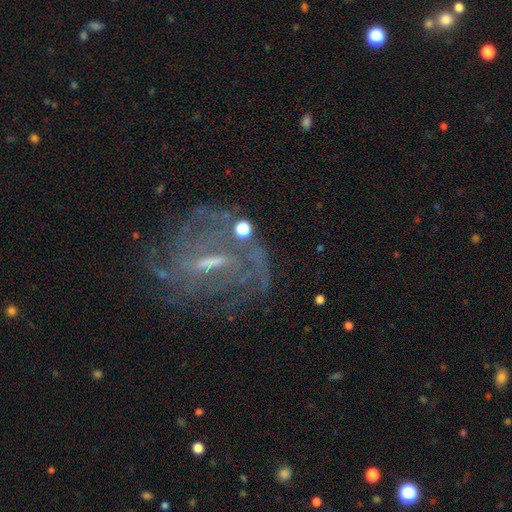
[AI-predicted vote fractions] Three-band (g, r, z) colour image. It shows a featured or disk galaxy (78%) with a weak bar (48%), tight (51%) spiral arms (84%) and a small central bulge (45%). Merging: none (63%).